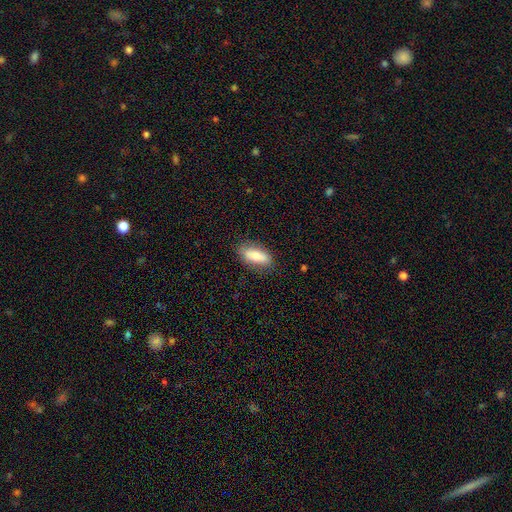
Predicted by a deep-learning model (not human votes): Smooth or featured? smooth (73%)
How rounded? in between (80%)
Merging? none (82%)